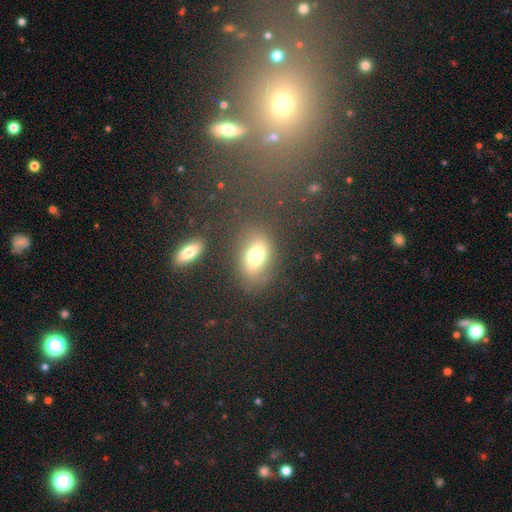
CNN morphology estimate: The model was most divided on "smooth or featured": smooth: 71%, featured or disk: 17%, star or artifact: 12%. More confident: how rounded — in between (80%); merging — none (74%).